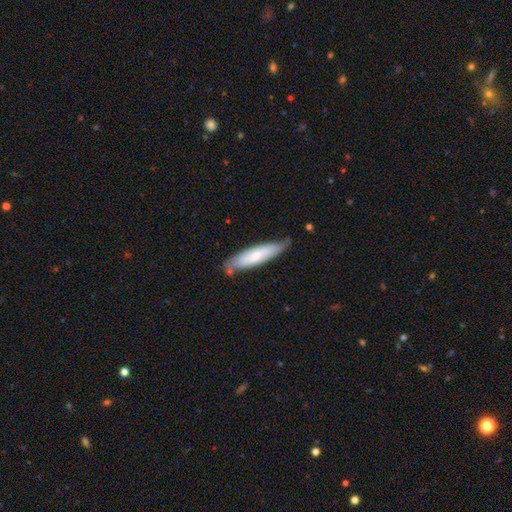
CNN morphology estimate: Smooth or featured?
  - smooth: 62% *
  - featured or disk: 32%
  - star or artifact: 6%
How rounded?
  - cigar-shaped: 75% *
  - in between: 24%
  - round: 1%
Merging?
  - none: 75% *
  - minor disturbance: 19%
  - merger: 3%
  - major disturbance: 3%